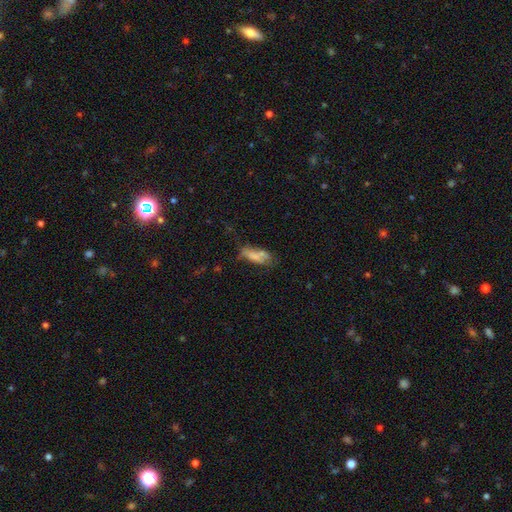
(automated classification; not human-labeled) Q: Smooth or featured?
A: smooth (60%); runner-up: featured or disk (29%)
Q: How rounded?
A: in between (63%); runner-up: cigar-shaped (34%)
Q: Merging?
A: none (36%); runner-up: minor disturbance (24%)